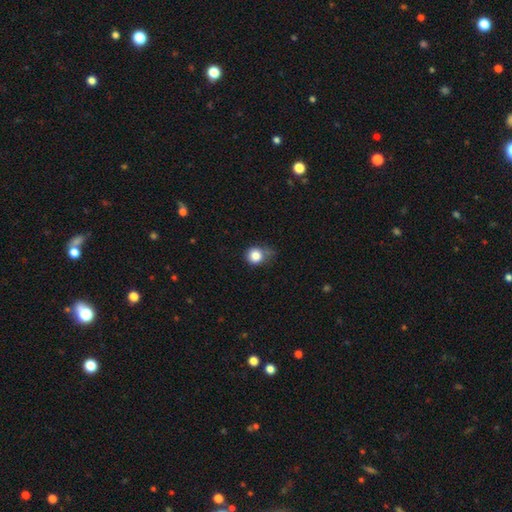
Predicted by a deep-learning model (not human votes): Overall: smooth (83%). How rounded: round (84%). Merging: none (53%; minor disturbance 32%).